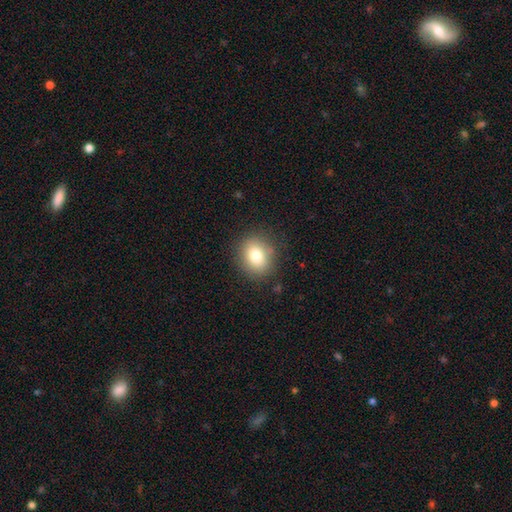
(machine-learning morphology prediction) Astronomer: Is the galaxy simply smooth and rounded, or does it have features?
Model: smooth — 80%.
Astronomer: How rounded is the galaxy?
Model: round — 65%.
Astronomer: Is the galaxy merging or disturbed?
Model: none — 84%.